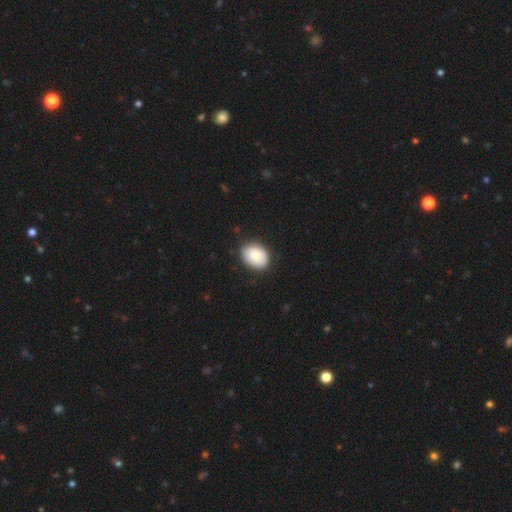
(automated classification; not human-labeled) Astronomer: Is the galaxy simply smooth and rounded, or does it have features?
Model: smooth — 84%.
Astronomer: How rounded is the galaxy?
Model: in between — 71%.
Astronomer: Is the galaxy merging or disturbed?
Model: none — 84%.